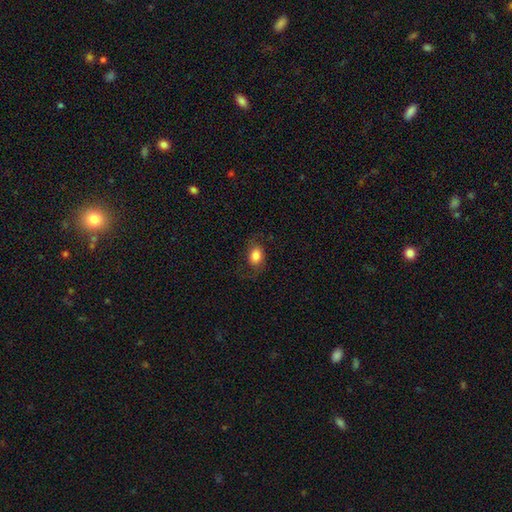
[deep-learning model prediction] A smooth galaxy with no disk features (70%) that is in between round and cigar-shaped (67%). Merging: none (69%).